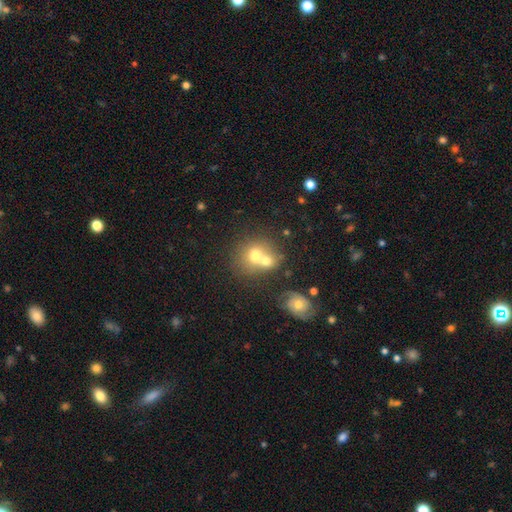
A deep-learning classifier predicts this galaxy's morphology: Overall: smooth (64%; featured or disk 25%). How rounded: round (71%). Merging: merger (63%; none 26%).